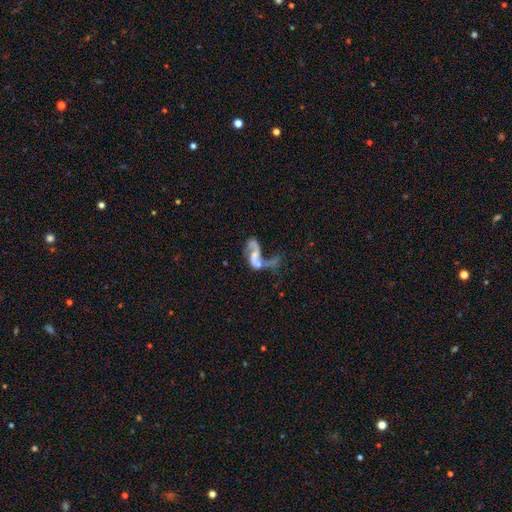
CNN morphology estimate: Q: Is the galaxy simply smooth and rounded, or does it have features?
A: featured or disk — 72%.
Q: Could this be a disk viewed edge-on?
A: no — 95%.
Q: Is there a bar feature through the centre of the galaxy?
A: no — 56%.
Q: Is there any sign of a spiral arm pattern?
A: yes — 74%.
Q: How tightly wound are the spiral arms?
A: loose — 80%.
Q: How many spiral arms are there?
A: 2 — 70%.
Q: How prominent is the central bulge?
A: none — 38%.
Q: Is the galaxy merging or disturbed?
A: merger — 42%.